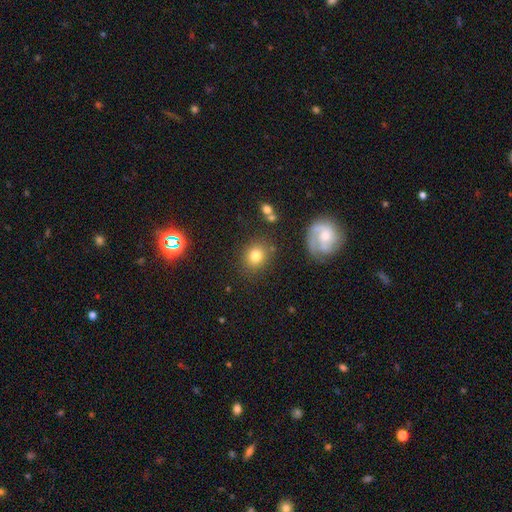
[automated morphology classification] smooth 78%, featured or disk 11%, star or artifact 11%. Down the decision tree: how rounded — round (73%); merging — none (81%).